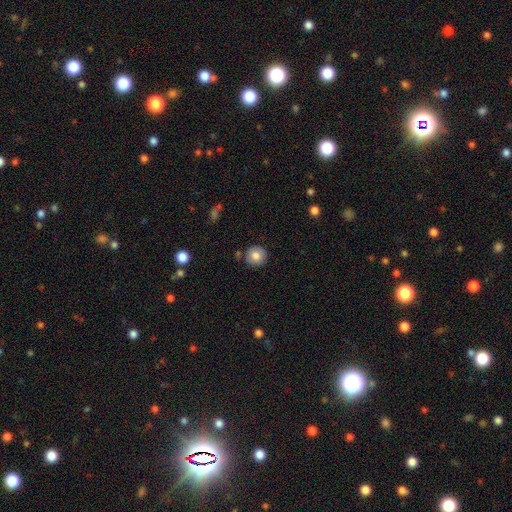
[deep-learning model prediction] The model was most divided on "smooth or featured": smooth: 81%, featured or disk: 10%, star or artifact: 9%. More confident: how rounded — round (93%); merging — none (87%).